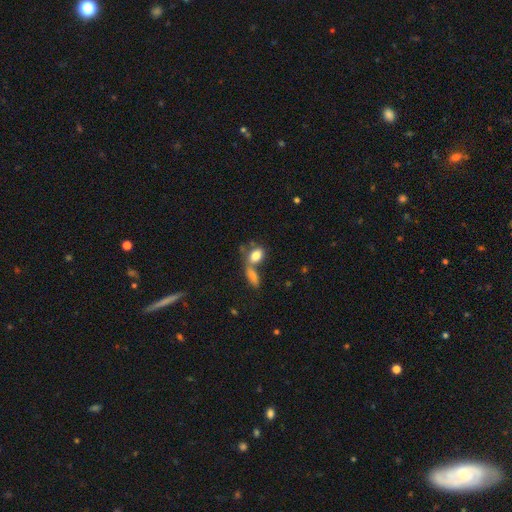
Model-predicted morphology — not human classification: Smooth or featured? smooth (80%)
How rounded? in between (82%)
Merging? merger (50%)